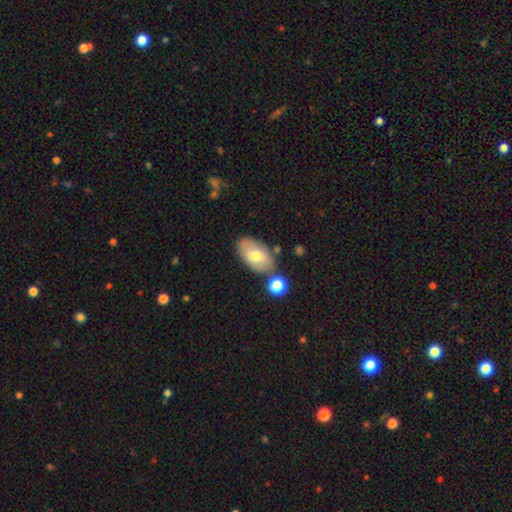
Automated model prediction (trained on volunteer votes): smooth 69%, featured or disk 24%, star or artifact 7%. Down the decision tree: how rounded — in between (92%); merging — none (69%).